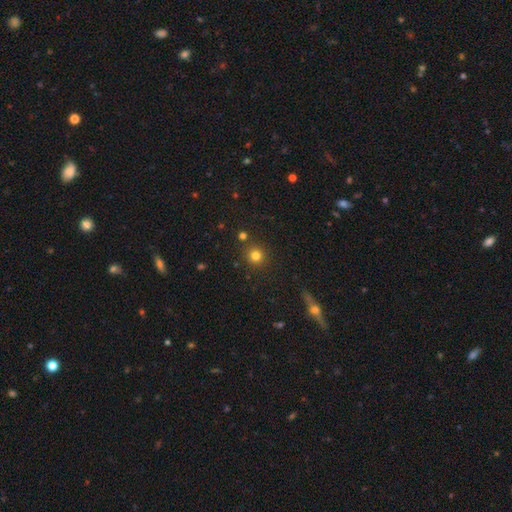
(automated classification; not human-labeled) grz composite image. It shows a smooth galaxy with no disk features (78%) that is round (93%). Merging: none (85%).